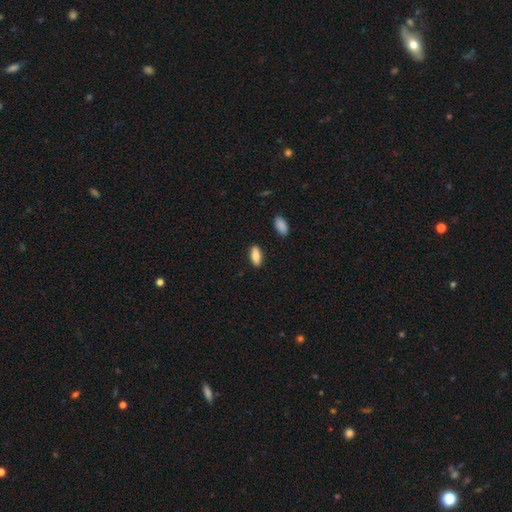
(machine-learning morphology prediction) The model was most divided on "how rounded": in between: 79%, cigar-shaped: 18%, round: 3%. More confident: merging — none (88%); smooth or featured — smooth (80%).